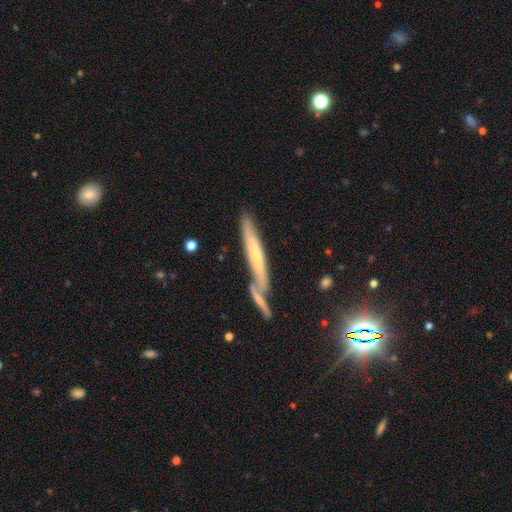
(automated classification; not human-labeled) This appears to be a featured or disk galaxy (50%) viewed edge-on (85%). Merging: none (58%).